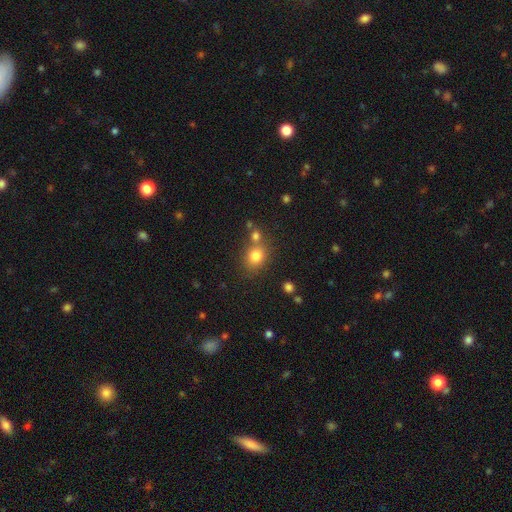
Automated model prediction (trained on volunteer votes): Morphology: type=smooth (79%); roundness=round (65%); merging=none (59%).